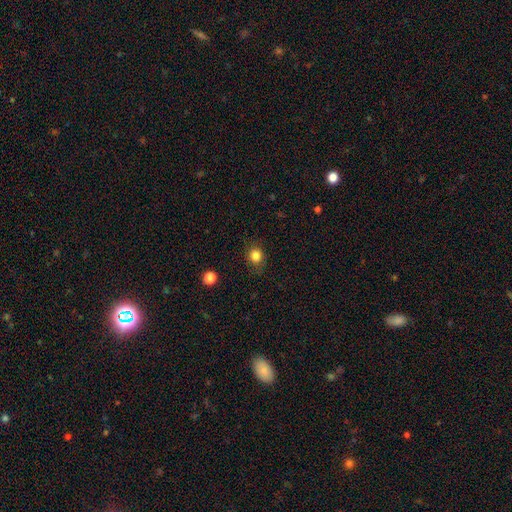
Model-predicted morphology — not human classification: The model was most divided on "how rounded": round: 71%, in between: 28%, cigar-shaped: 1%. More confident: smooth or featured — smooth (83%); merging — none (82%).